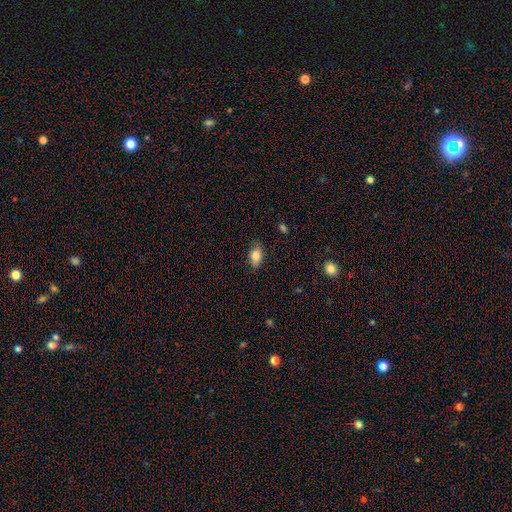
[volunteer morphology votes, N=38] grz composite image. It shows a smooth galaxy with no disk features (92%) that is in between round and cigar-shaped (83%). Merging: none (76%).